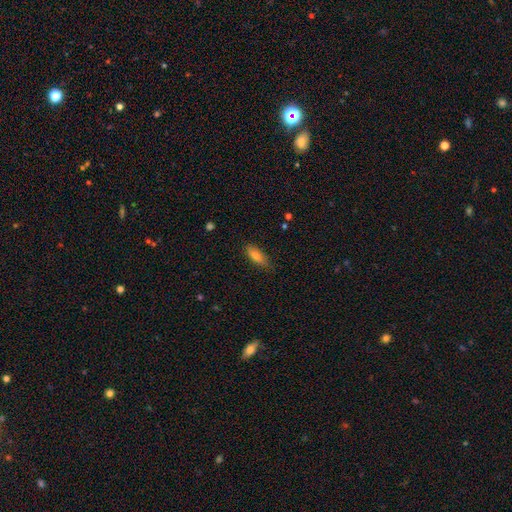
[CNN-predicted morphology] smooth 77%, featured or disk 15%, star or artifact 8%. Down the decision tree: how rounded — in between (57%); merging — none (81%).